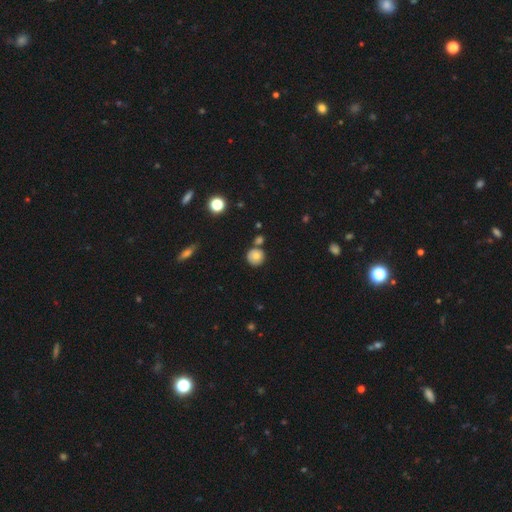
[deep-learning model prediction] smooth_or_featured: smooth (p=0.72) [alt: featured or disk p=0.17]
how_rounded: round (p=0.92) [alt: in between p=0.07]
merging: none (p=0.75) [alt: merger p=0.12]